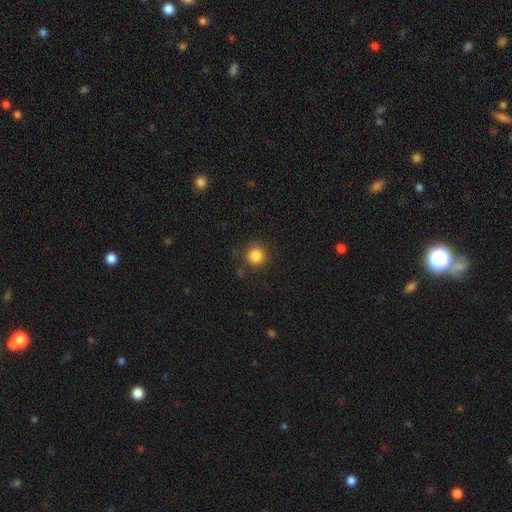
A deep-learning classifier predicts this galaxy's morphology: smooth 85%, star or artifact 11%, featured or disk 4%. Down the decision tree: how rounded — round (94%); merging — none (86%).